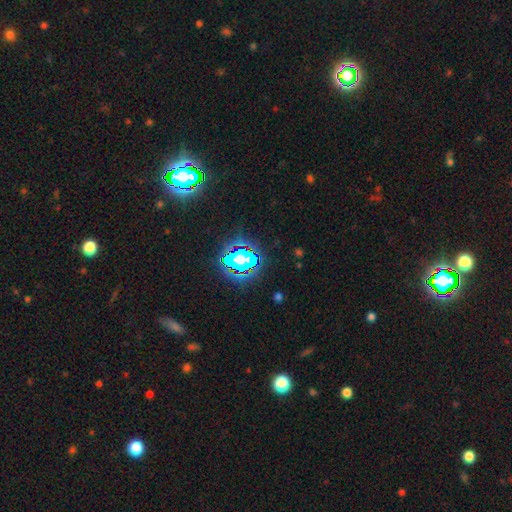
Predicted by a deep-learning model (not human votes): A star or artifact, not a galaxy (78%).

Vote fractions:
- Smooth or featured? star or artifact: 78% / smooth: 14% / featured or disk: 9%